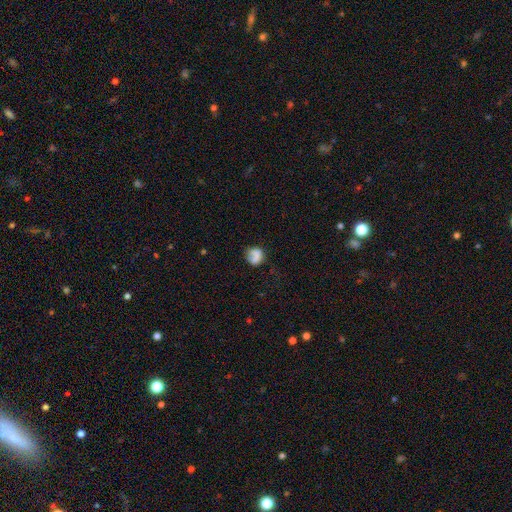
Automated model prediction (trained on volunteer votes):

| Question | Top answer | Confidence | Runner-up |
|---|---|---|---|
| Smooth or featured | smooth | 69% | featured or disk (21%) |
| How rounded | round | 71% | in between (27%) |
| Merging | none | 55% | minor disturbance (24%) |